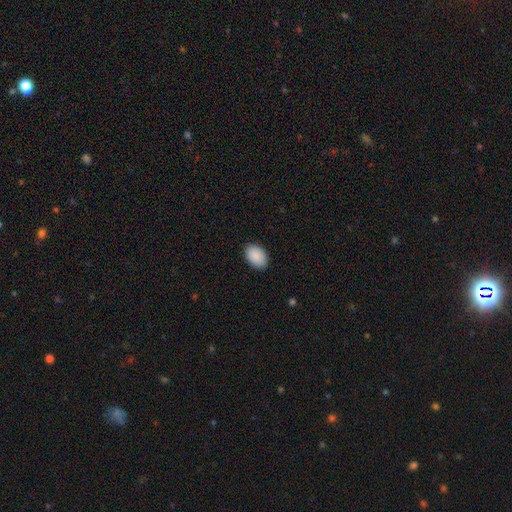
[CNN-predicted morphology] A smooth galaxy with no disk features (91%) that is in between round and cigar-shaped (86%).

Vote fractions:
- Smooth or featured? smooth: 91% / star or artifact: 6% / featured or disk: 3%
- How rounded? in between: 86% / round: 13% / cigar-shaped: 1%
- Merging? none: 89% / minor disturbance: 9% / major disturbance: 2% / merger: 1%